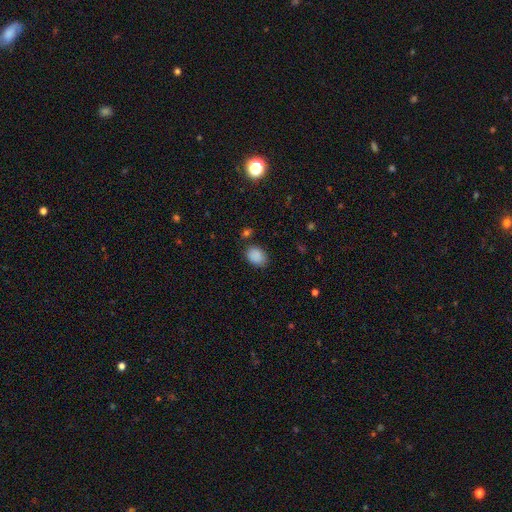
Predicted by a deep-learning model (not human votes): smooth_or_featured: smooth (p=0.88) [alt: star or artifact p=0.09]
how_rounded: in between (p=0.72) [alt: round p=0.27]
merging: none (p=0.78) [alt: minor disturbance p=0.15]